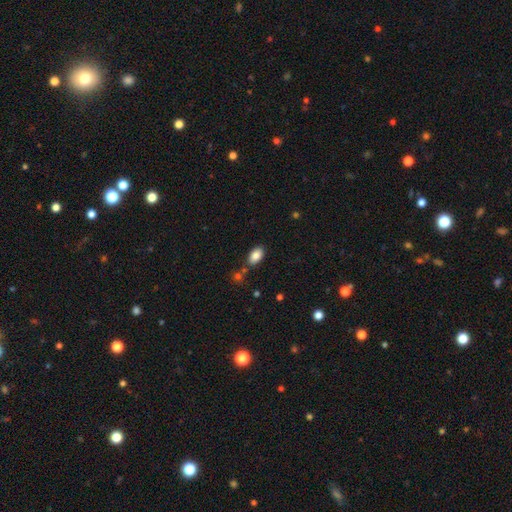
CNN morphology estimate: This appears to be a smooth galaxy with no disk features (85%) that is in between round and cigar-shaped (92%). Merging: none (76%).